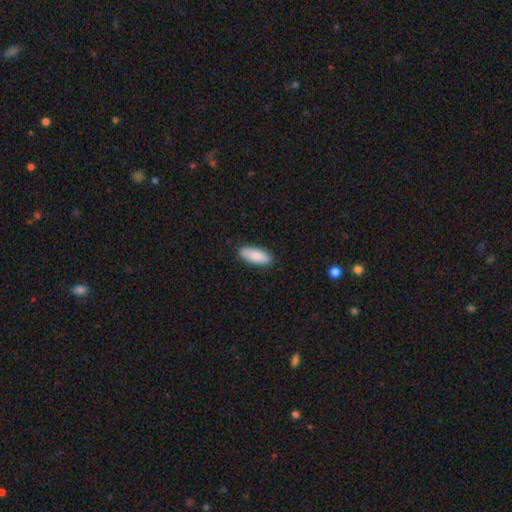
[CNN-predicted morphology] Smooth or featured? Predicted: smooth (p=0.88). How rounded? Predicted: in between (p=0.78). Merging? Predicted: none (p=0.88).